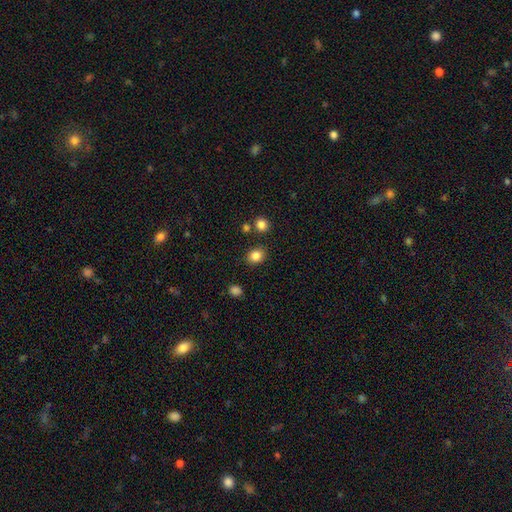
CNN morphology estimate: Smooth or featured?
  - smooth: 85% *
  - star or artifact: 10%
  - featured or disk: 5%
How rounded?
  - round: 58% *
  - in between: 41%
  - cigar-shaped: 1%
Merging?
  - none: 84% *
  - minor disturbance: 9%
  - merger: 4%
  - major disturbance: 3%